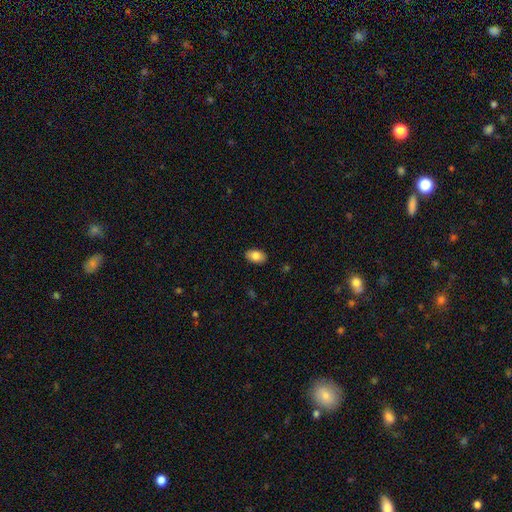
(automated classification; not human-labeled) A smooth galaxy with no disk features (82%) that is in between round and cigar-shaped (91%). Merging: none (88%).